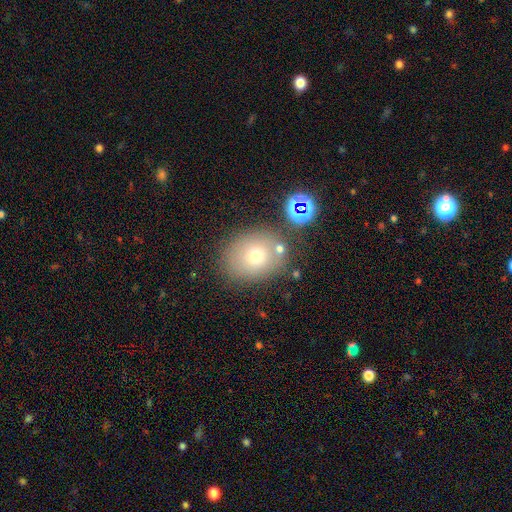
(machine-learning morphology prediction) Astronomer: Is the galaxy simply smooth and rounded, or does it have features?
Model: smooth — 69%.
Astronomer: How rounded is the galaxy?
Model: round — 50% (runner-up: in between, 49%).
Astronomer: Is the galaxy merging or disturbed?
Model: none — 73%.